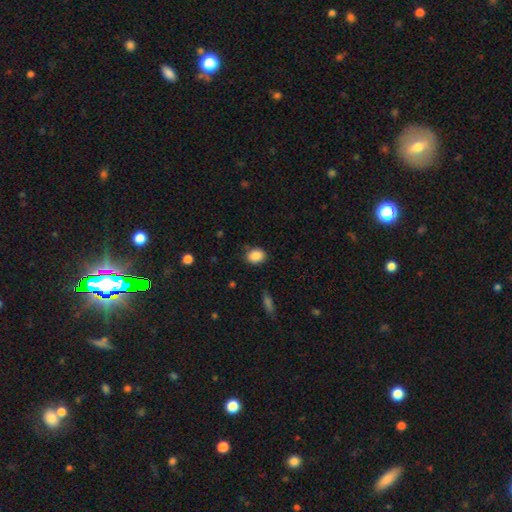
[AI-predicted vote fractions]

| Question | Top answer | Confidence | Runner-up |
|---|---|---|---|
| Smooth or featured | smooth | 87% | star or artifact (8%) |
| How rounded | in between | 51% | round (48%) |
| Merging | none | 82% | minor disturbance (14%) |